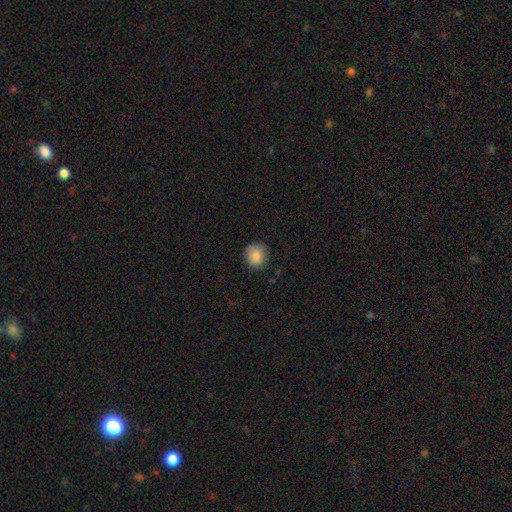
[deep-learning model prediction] This appears to be a smooth galaxy with no disk features (86%) that is round (84%). Merging: none (83%).